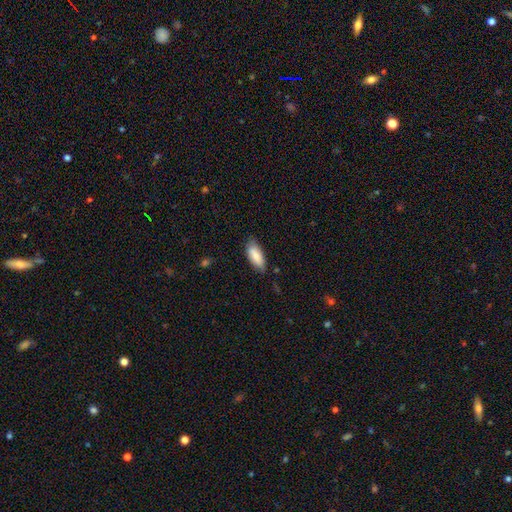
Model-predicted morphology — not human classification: Smooth or featured?
  - smooth: 84% *
  - featured or disk: 10%
  - star or artifact: 6%
How rounded?
  - in between: 81% *
  - cigar-shaped: 17%
  - round: 2%
Merging?
  - none: 70% *
  - minor disturbance: 24%
  - major disturbance: 4%
  - merger: 2%